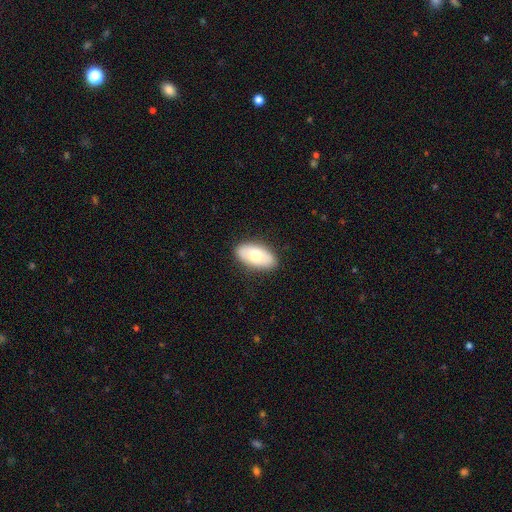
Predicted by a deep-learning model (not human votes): Smooth or featured? smooth (65%)
How rounded? in between (94%)
Merging? none (86%)